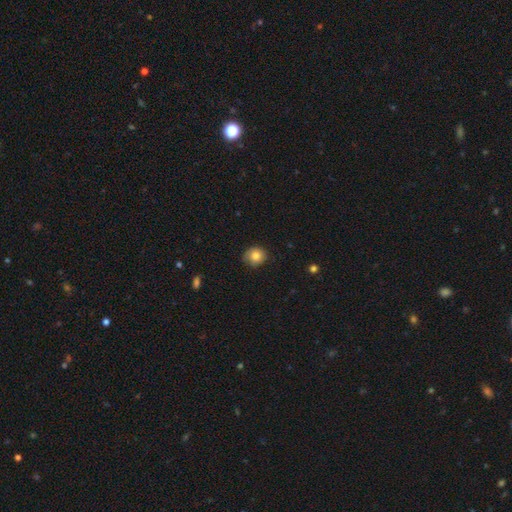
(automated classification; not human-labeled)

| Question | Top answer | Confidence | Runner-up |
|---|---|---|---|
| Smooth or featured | smooth | 79% | featured or disk (12%) |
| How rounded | round | 78% | in between (21%) |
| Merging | none | 73% | minor disturbance (22%) |